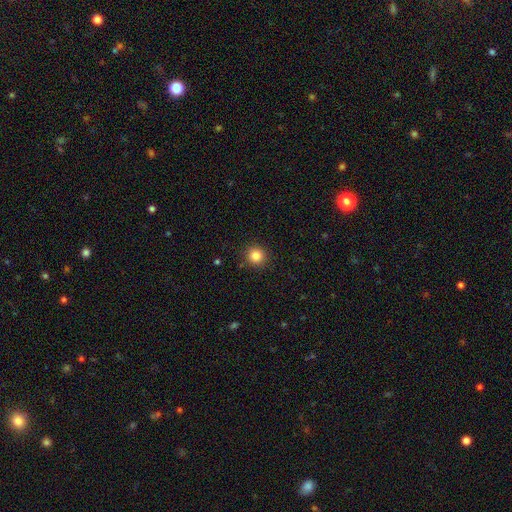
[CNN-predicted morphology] smooth 84%, star or artifact 11%, featured or disk 5%. Down the decision tree: how rounded — round (93%); merging — none (91%).